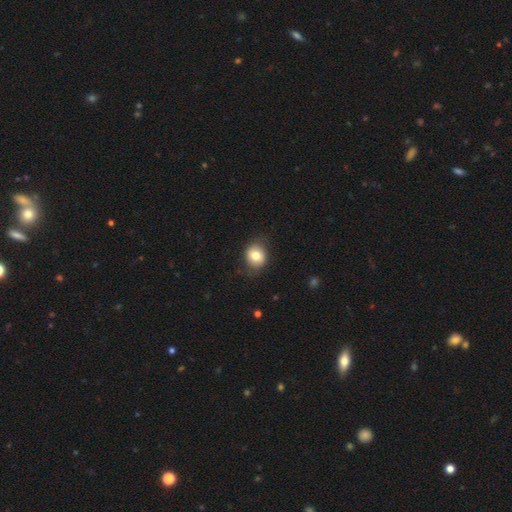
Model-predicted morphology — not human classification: The model was most divided on "how rounded": round: 68%, in between: 31%, cigar-shaped: 1%. More confident: smooth or featured — smooth (76%); merging — none (75%).